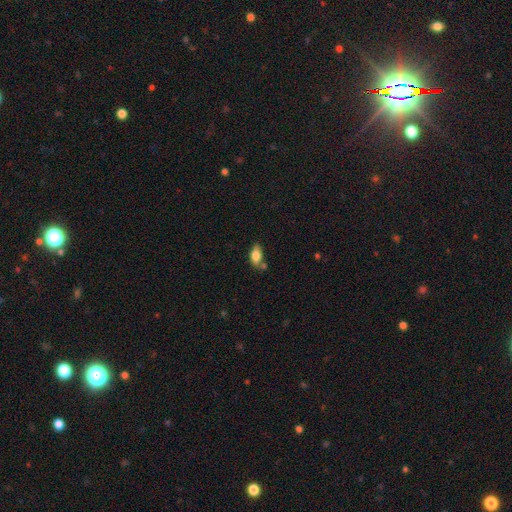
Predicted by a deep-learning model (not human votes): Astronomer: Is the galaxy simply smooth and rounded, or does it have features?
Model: smooth — 79%.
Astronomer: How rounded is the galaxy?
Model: in between — 89%.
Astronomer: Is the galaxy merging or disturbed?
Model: none — 61%.